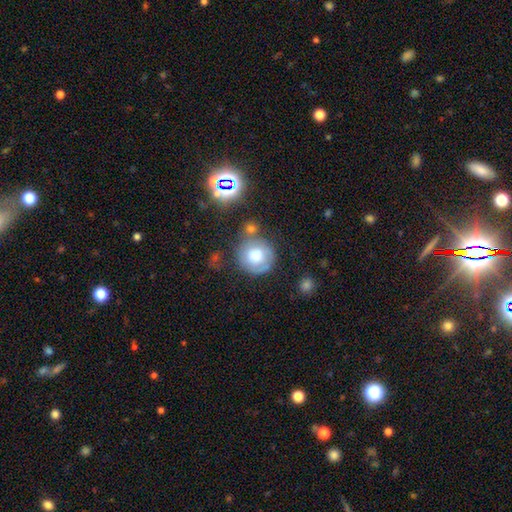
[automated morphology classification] smooth-or-featured: smooth: 61% | featured or disk: 30% | star or artifact: 10%
  how-rounded: round: 90% | in between: 9% | cigar-shaped: 1%
  merging: none: 56% | minor disturbance: 20% | merger: 12% | major disturbance: 12%